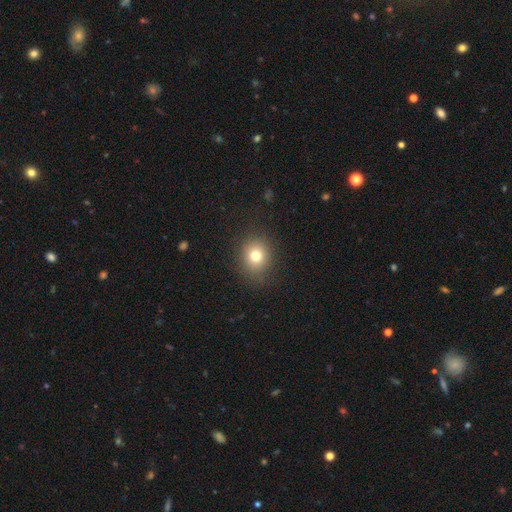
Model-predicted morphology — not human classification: smooth-or-featured: smooth: 76% | star or artifact: 14% | featured or disk: 10%
  how-rounded: round: 77% | in between: 22% | cigar-shaped: 1%
  merging: none: 86% | minor disturbance: 9% | major disturbance: 4% | merger: 1%